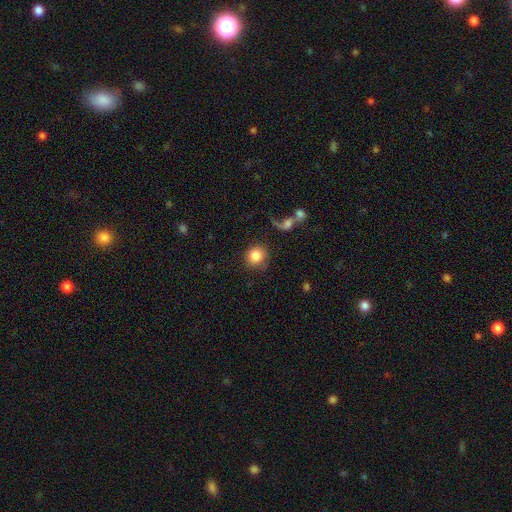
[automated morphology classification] A smooth galaxy with no disk features (84%) that is round (89%).

Vote fractions:
- Smooth or featured? smooth: 84% / star or artifact: 8% / featured or disk: 8%
- How rounded? round: 89% / in between: 10% / cigar-shaped: 1%
- Merging? none: 76% / minor disturbance: 11% / major disturbance: 7% / merger: 6%